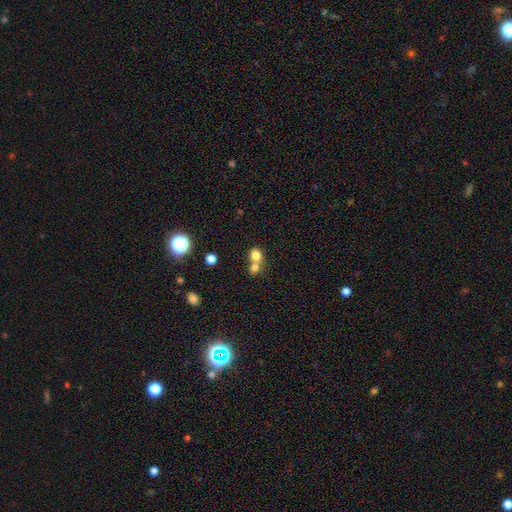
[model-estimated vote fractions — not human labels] This is likely a smooth galaxy (78%). How rounded: likely round (78%). Merging: possibly merger (57%).